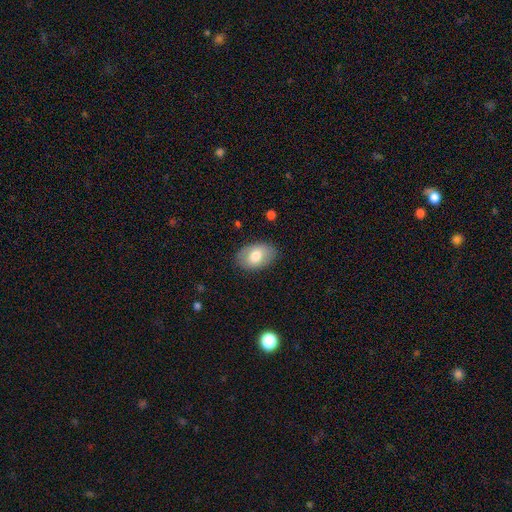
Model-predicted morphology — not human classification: A smooth galaxy with no disk features (73%) that is in between round and cigar-shaped (88%). Merging: none (84%).